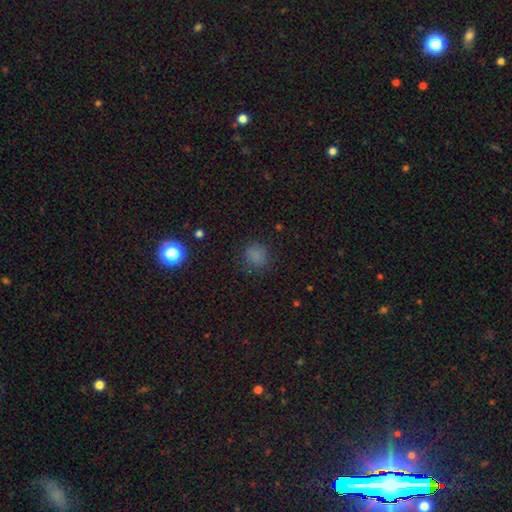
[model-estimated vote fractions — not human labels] Smooth or featured? smooth (75%)
How rounded? round (84%)
Merging? none (78%)